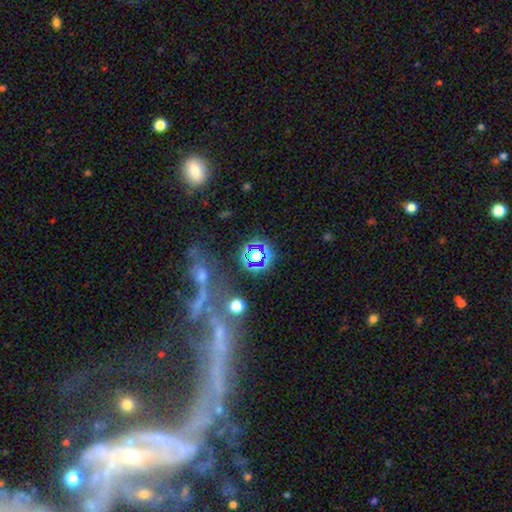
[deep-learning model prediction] Smooth or featured? star or artifact (56%)